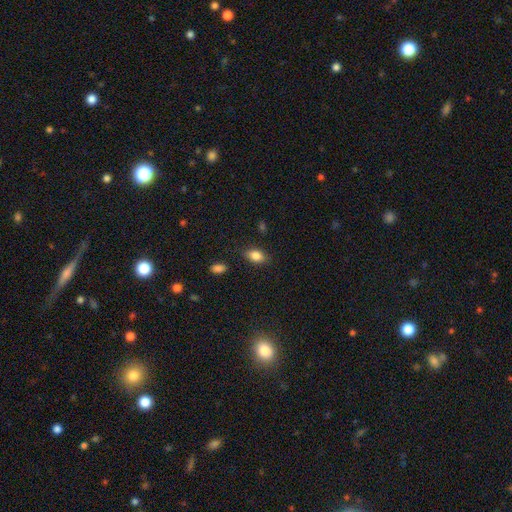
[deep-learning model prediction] The model was most divided on "merging": none: 83%, minor disturbance: 12%, major disturbance: 3%, merger: 2%. More confident: how rounded — in between (86%); smooth or featured — smooth (84%).